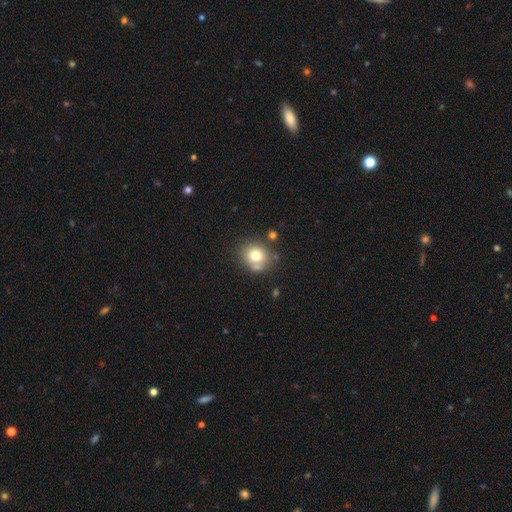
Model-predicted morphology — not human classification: smooth-or-featured: smooth: 74% | featured or disk: 14% | star or artifact: 11%
  how-rounded: round: 77% | in between: 22% | cigar-shaped: 1%
  merging: none: 65% | minor disturbance: 16% | merger: 14% | major disturbance: 5%